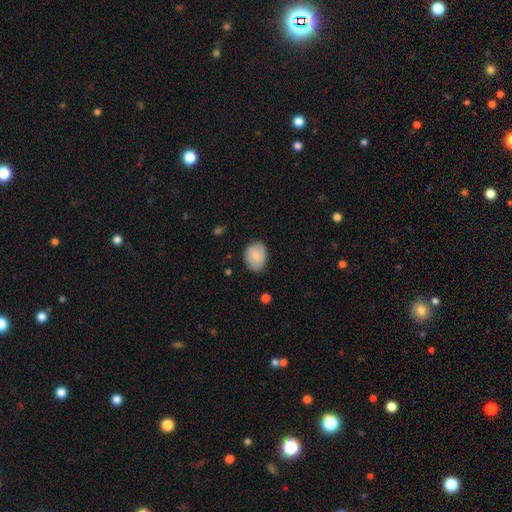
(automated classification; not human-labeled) The model was most divided on "how rounded": in between: 69%, round: 30%, cigar-shaped: 1%. More confident: smooth or featured — smooth (85%); merging — none (78%).